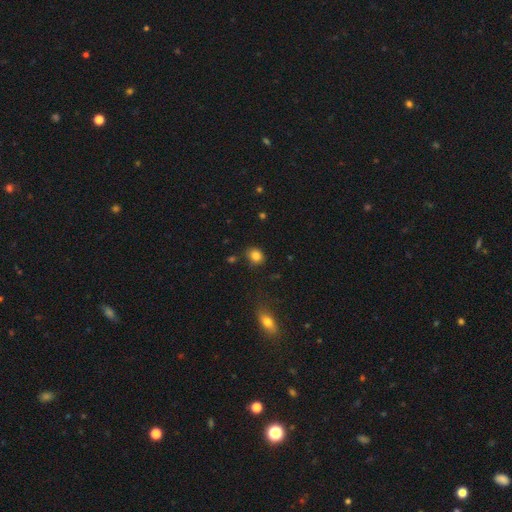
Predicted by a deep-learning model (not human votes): Morphology: type=smooth (84%); roundness=round (62%); merging=none (78%).